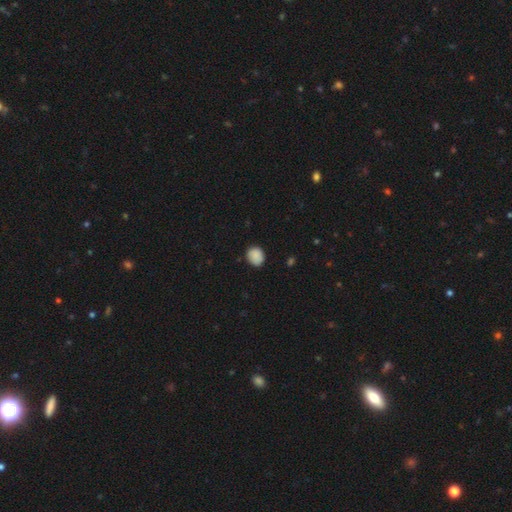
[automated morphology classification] Smooth or featured: smooth — 88% (star or artifact — 8%)
How rounded: round — 69% (in between — 30%)
Merging: none — 81% (minor disturbance — 15%)